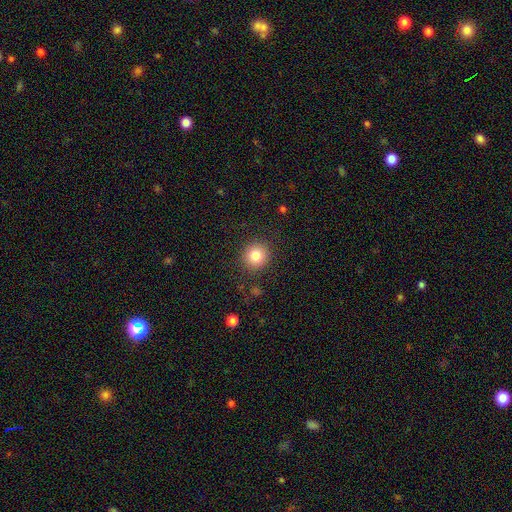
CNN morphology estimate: This appears to be a smooth galaxy with no disk features (82%) that is round (91%). Merging: none (88%).